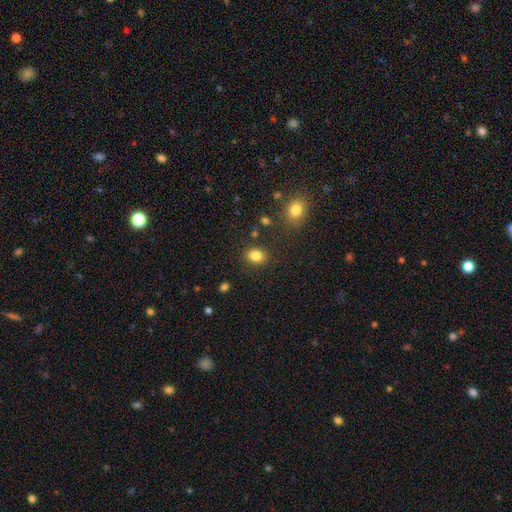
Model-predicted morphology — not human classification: Smooth or featured? Predicted: smooth (p=0.84). How rounded? Predicted: in between (p=0.52). Merging? Predicted: none (p=0.84).